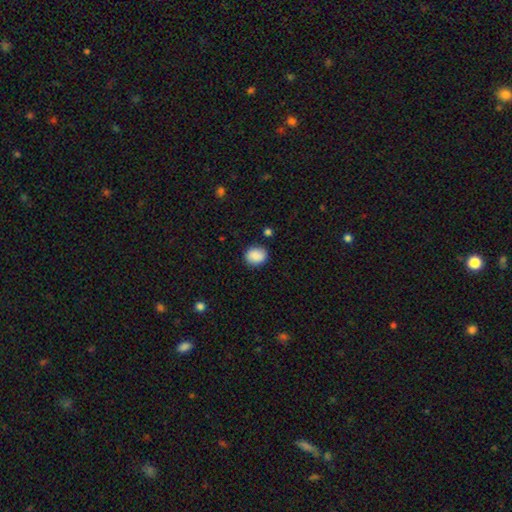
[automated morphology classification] The model was most divided on "how rounded": round: 65%, in between: 34%, cigar-shaped: 1%. More confident: smooth or featured — smooth (85%); merging — none (82%).